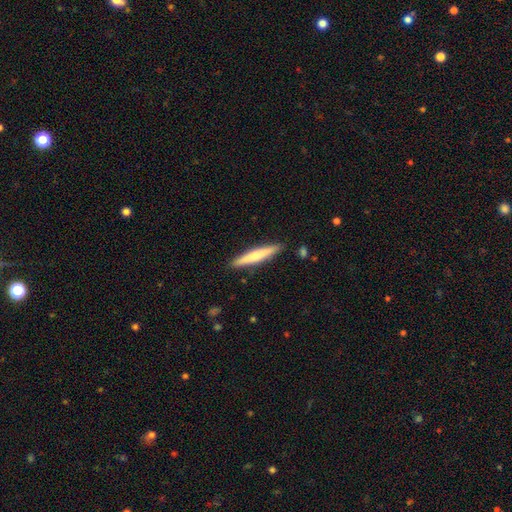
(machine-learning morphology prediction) smooth 54%, featured or disk 40%, star or artifact 5%. Down the decision tree: how rounded — cigar-shaped (93%); merging — none (90%).